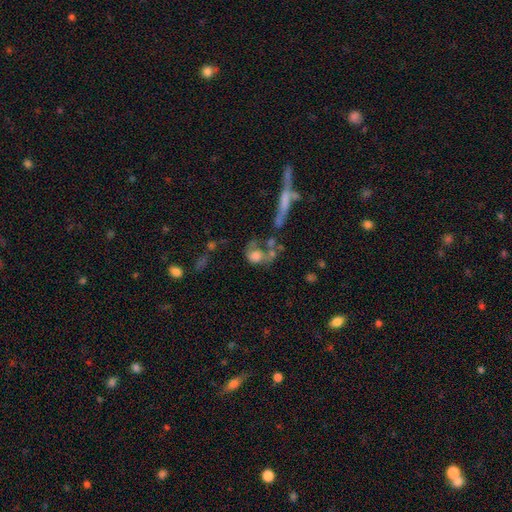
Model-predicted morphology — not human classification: This appears to be a smooth galaxy with no disk features (57%) that is round (49%). Merging: merger (40%).